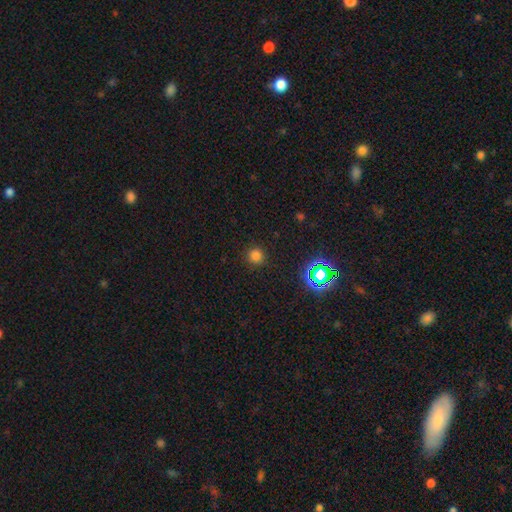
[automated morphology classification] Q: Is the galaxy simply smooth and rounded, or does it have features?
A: smooth — 75%.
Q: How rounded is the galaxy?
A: round — 94%.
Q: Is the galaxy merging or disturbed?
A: none — 89%.